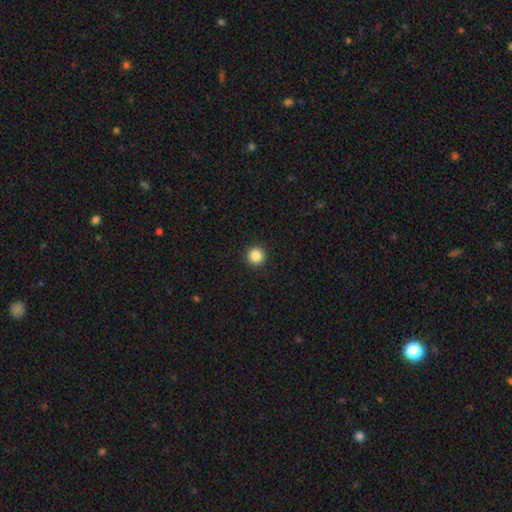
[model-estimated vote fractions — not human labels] This appears to be a smooth galaxy with no disk features (87%) that is round (96%). Merging: none (94%).